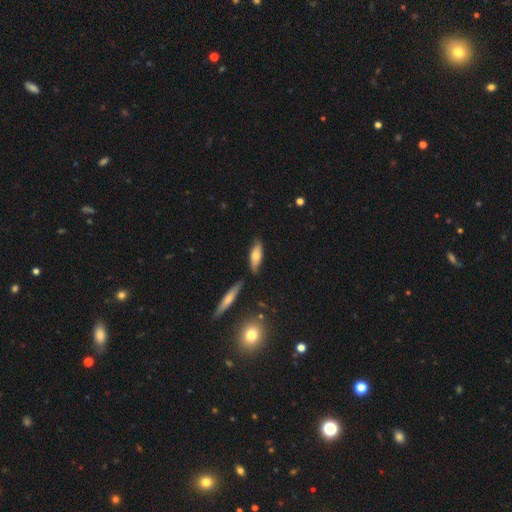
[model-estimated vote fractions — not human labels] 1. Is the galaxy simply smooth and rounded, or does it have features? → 69% smooth, 24% featured or disk, 6% star or artifact.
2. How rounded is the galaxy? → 61% in between, 37% cigar-shaped, 2% round.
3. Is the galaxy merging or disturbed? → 78% none, 14% minor disturbance, 5% merger, 3% major disturbance.